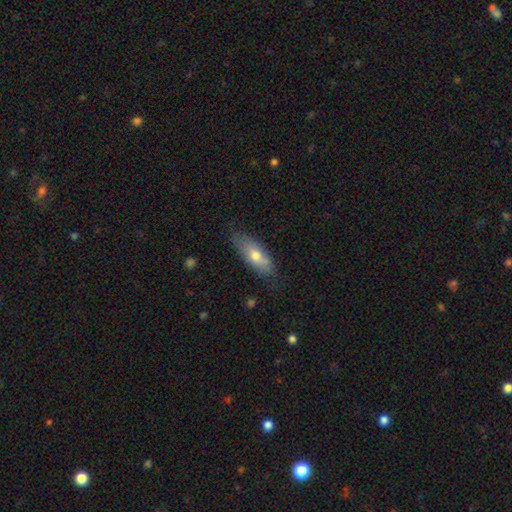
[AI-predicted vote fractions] smooth_or_featured: smooth (p=0.67) [alt: featured or disk p=0.27]
how_rounded: in between (p=0.69) [alt: cigar-shaped p=0.28]
merging: none (p=0.74) [alt: minor disturbance p=0.20]